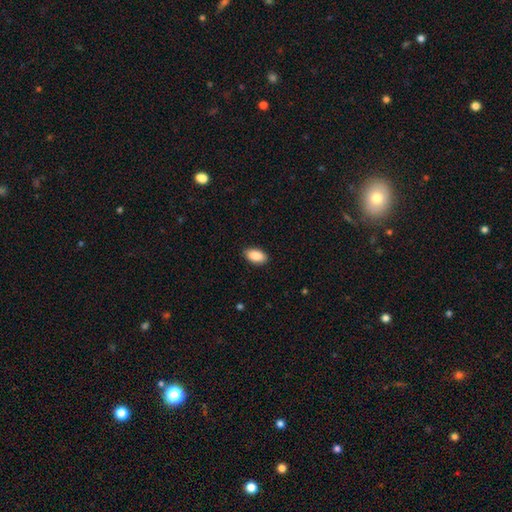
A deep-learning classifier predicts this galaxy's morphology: A smooth galaxy with no disk features (89%) that is in between round and cigar-shaped (94%). Merging: none (88%).